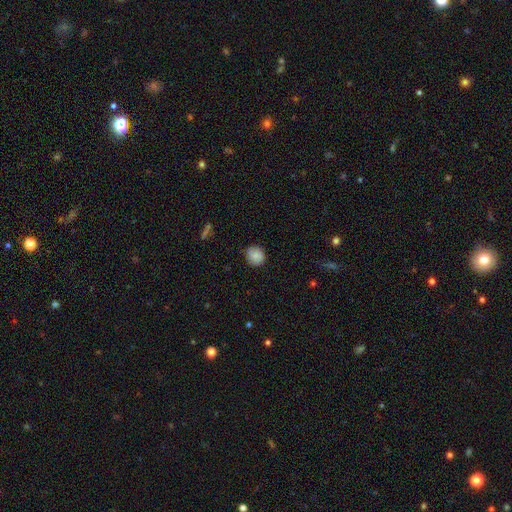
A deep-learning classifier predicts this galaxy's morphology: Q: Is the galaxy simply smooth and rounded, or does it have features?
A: smooth — 85%.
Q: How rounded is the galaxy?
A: round — 82%.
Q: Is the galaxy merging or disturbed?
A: none — 85%.